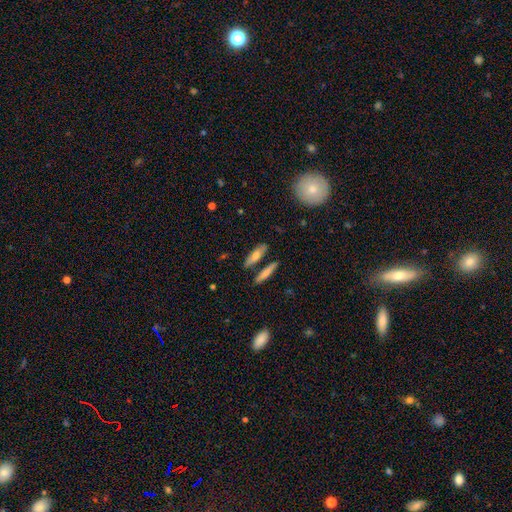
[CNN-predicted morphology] smooth 63%, featured or disk 30%, star or artifact 7%. Down the decision tree: how rounded — cigar-shaped (66%); merging — none (75%).